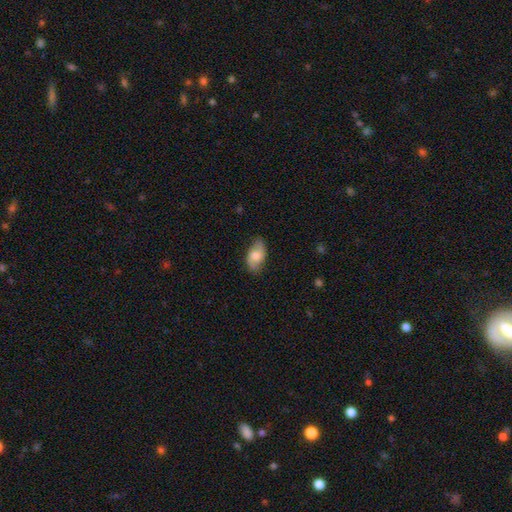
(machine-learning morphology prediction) smooth 59%, featured or disk 34%, star or artifact 7%. Down the decision tree: how rounded — in between (92%); merging — none (76%).